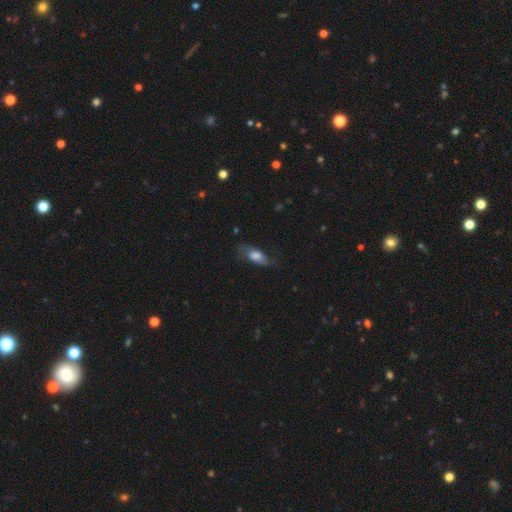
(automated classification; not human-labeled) This appears to be a smooth galaxy with no disk features (60%) that is in between round and cigar-shaped (74%). Merging: none (58%).